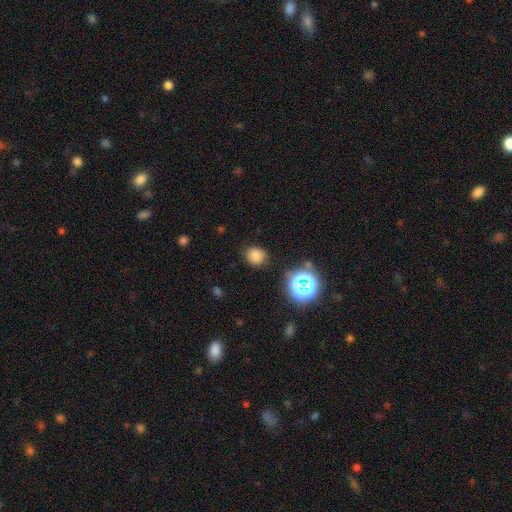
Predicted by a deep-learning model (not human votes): Smooth or featured: smooth — 75% (star or artifact — 19%)
How rounded: round — 76% (in between — 23%)
Merging: none — 82% (minor disturbance — 12%)